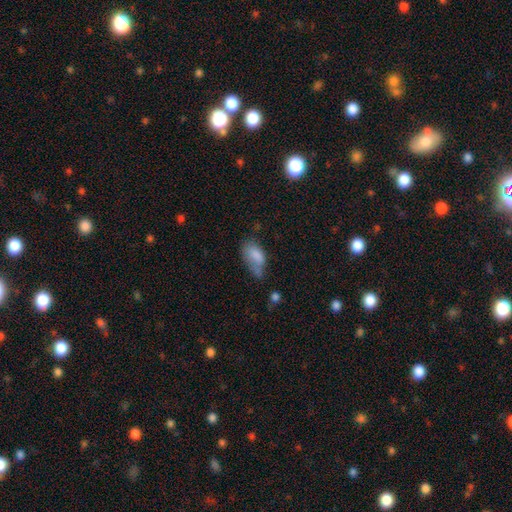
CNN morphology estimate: Smooth or featured: smooth — 78% (featured or disk — 13%)
How rounded: in between — 92% (round — 5%)
Merging: minor disturbance — 35% (none — 30%)